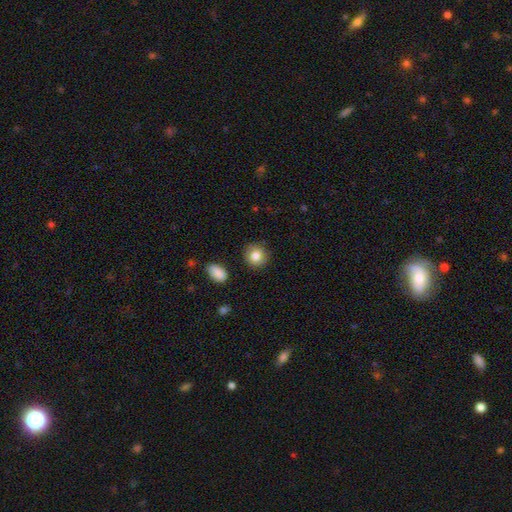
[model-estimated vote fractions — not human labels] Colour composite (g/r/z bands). It shows a smooth galaxy with no disk features (83%) that is round (84%). Merging: none (86%).